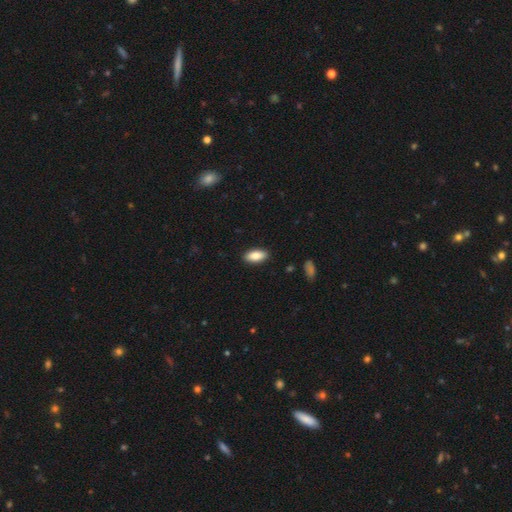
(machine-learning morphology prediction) smooth_or_featured: smooth (p=0.86) [alt: featured or disk p=0.08]
how_rounded: in between (p=0.89) [alt: cigar-shaped p=0.08]
merging: none (p=0.89) [alt: minor disturbance p=0.08]